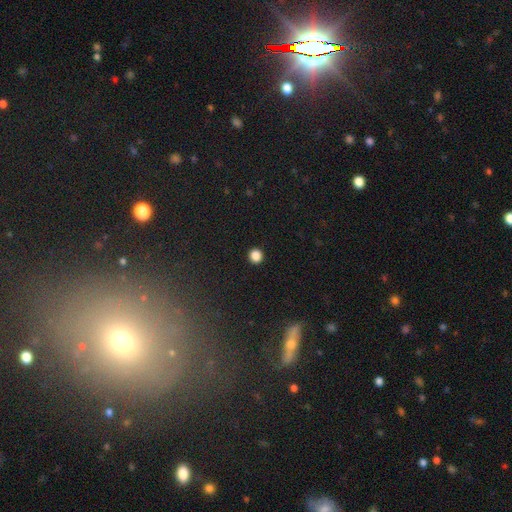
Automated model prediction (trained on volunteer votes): Smooth or featured? Predicted: smooth (p=0.86). How rounded? Predicted: round (p=0.93). Merging? Predicted: none (p=0.93).